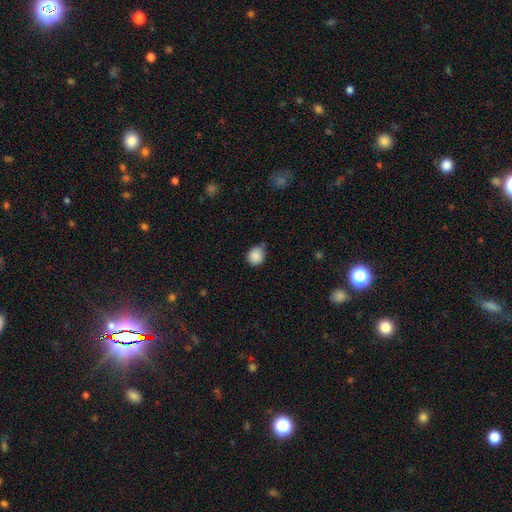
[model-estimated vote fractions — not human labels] Morphology: type=smooth (88%); roundness=round (82%); merging=none (66%).